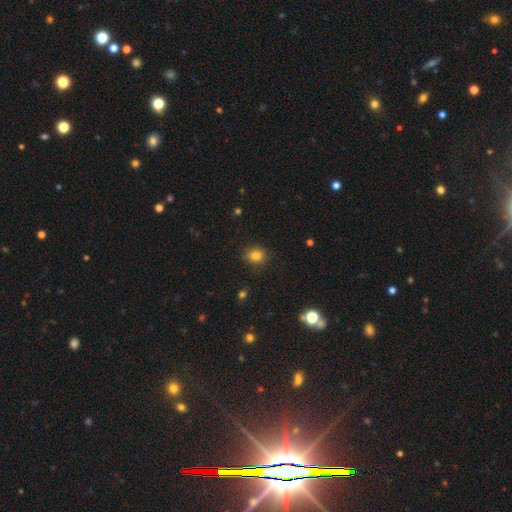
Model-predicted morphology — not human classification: smooth_or_featured: smooth (p=0.82) [alt: star or artifact p=0.12]
how_rounded: round (p=0.62) [alt: in between p=0.37]
merging: none (p=0.85) [alt: minor disturbance p=0.11]